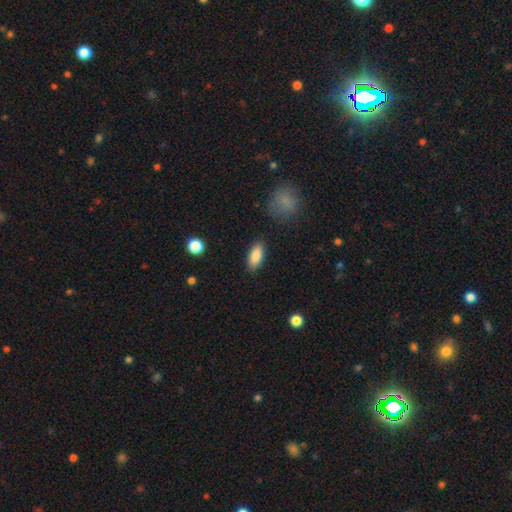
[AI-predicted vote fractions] Smooth or featured?
  - smooth: 87% *
  - star or artifact: 7%
  - featured or disk: 7%
How rounded?
  - in between: 84% *
  - cigar-shaped: 13%
  - round: 3%
Merging?
  - none: 87% *
  - minor disturbance: 9%
  - major disturbance: 3%
  - merger: 1%